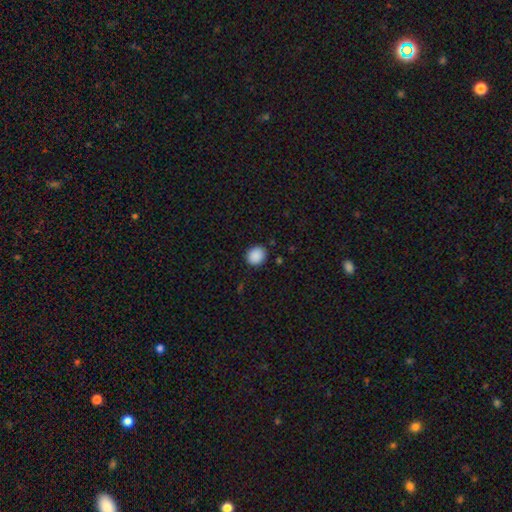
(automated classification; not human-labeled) Smooth or featured?
  - smooth: 89% *
  - star or artifact: 8%
  - featured or disk: 2%
How rounded?
  - round: 68% *
  - in between: 31%
  - cigar-shaped: 1%
Merging?
  - none: 88% *
  - minor disturbance: 8%
  - major disturbance: 2%
  - merger: 1%